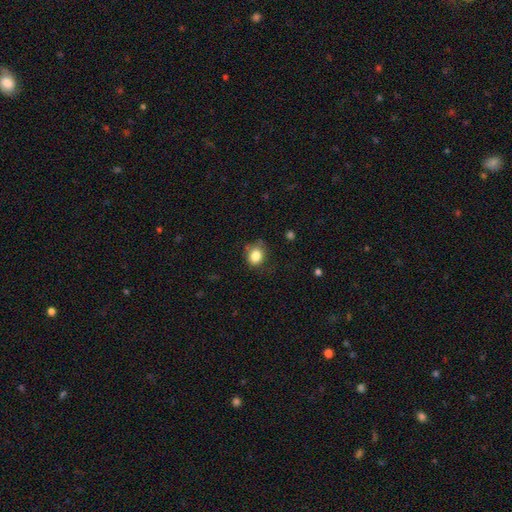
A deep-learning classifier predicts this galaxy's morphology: Overall: smooth (83%). How rounded: round (66%; in between 33%). Merging: none (69%).